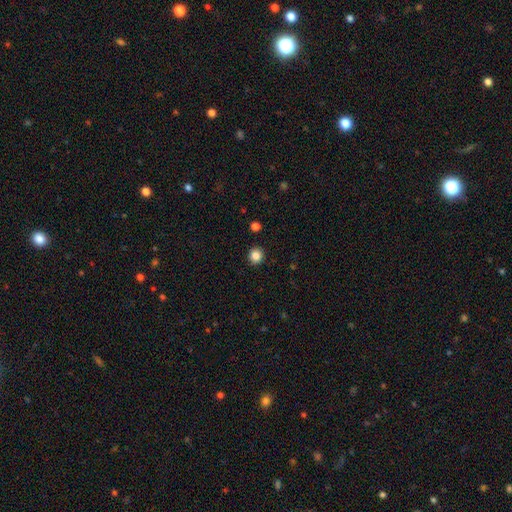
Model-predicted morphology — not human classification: The model was most divided on "smooth or featured": smooth: 84%, star or artifact: 11%, featured or disk: 5%. More confident: merging — none (92%); how rounded — round (88%).